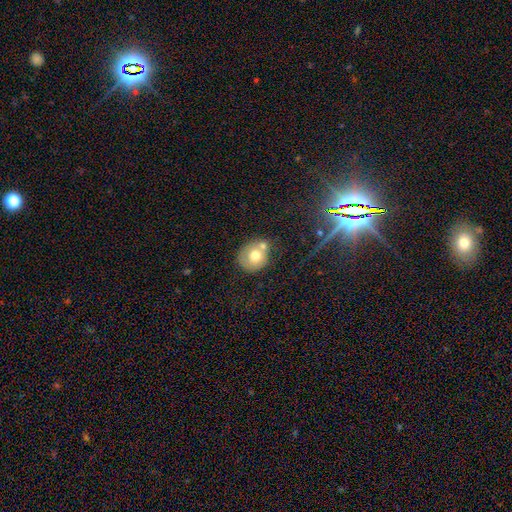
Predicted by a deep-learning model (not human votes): Smooth or featured: smooth — 69% (featured or disk — 22%)
How rounded: round — 73% (in between — 26%)
Merging: none — 44% (merger — 36%)